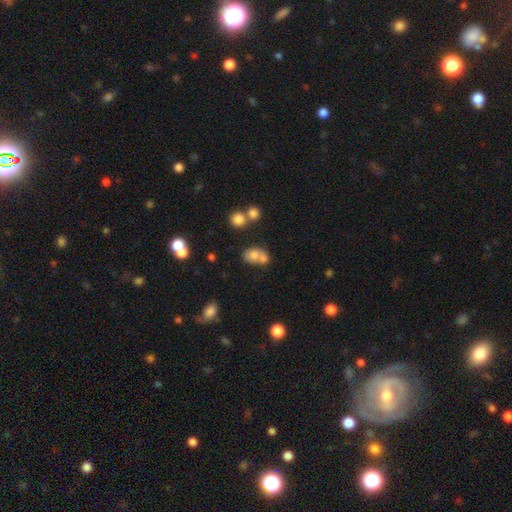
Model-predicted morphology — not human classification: type=smooth (70%); roundness=in between (58%); merging=merger (54%).